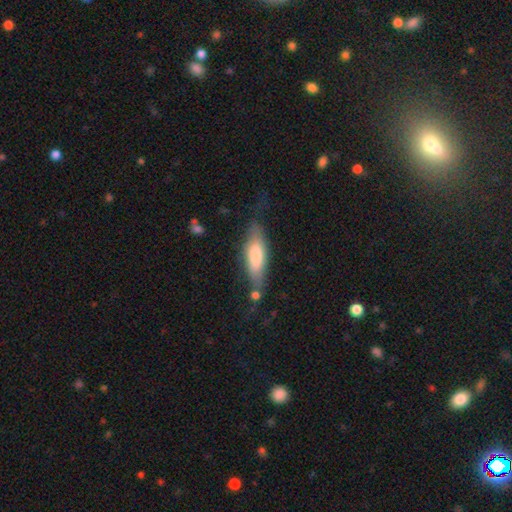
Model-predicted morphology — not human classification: smooth-or-featured: smooth: 74% | featured or disk: 20% | star or artifact: 6%
  how-rounded: in between: 52% | cigar-shaped: 47% | round: 2%
  merging: none: 61% | minor disturbance: 24% | major disturbance: 9% | merger: 6%